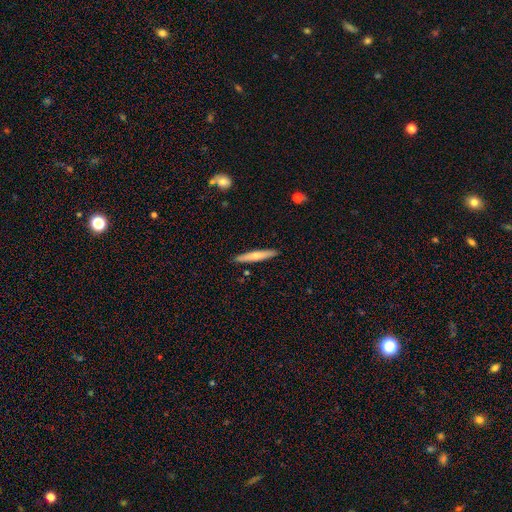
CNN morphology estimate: Smooth or featured?
  - smooth: 59% *
  - featured or disk: 35%
  - star or artifact: 5%
How rounded?
  - cigar-shaped: 93% *
  - in between: 5%
  - round: 1%
Merging?
  - none: 91% *
  - minor disturbance: 7%
  - merger: 1%
  - major disturbance: 1%